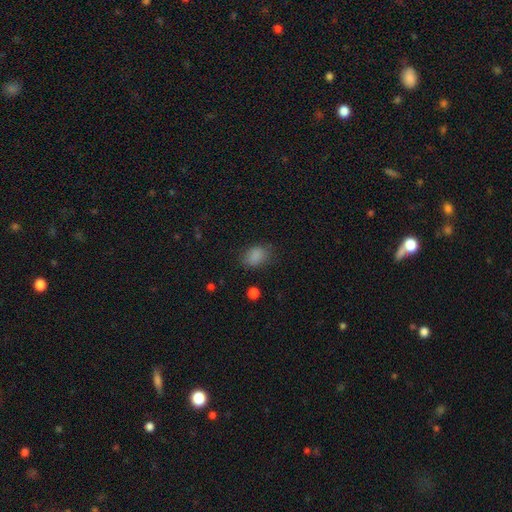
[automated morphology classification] smooth-or-featured: smooth: 85% | star or artifact: 11% | featured or disk: 5%
  how-rounded: in between: 77% | round: 22% | cigar-shaped: 1%
  merging: none: 74% | minor disturbance: 19% | major disturbance: 6% | merger: 1%